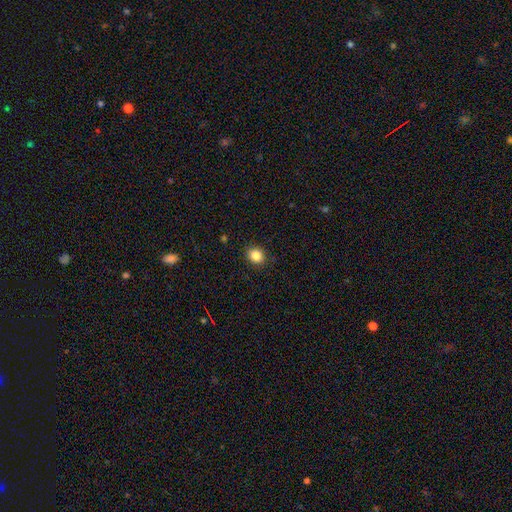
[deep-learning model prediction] This appears to be a smooth galaxy with no disk features (85%) that is round (66%). Merging: none (90%).